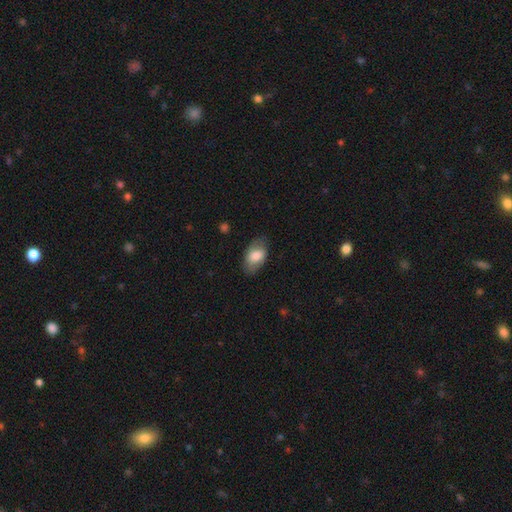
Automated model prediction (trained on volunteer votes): smooth-or-featured: smooth: 74% | featured or disk: 20% | star or artifact: 7%
  how-rounded: in between: 91% | round: 7% | cigar-shaped: 2%
  merging: none: 74% | minor disturbance: 19% | major disturbance: 5% | merger: 1%